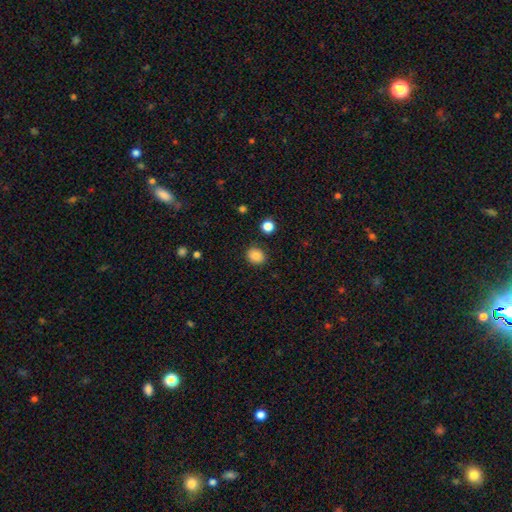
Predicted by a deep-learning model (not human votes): smooth 85%, star or artifact 10%, featured or disk 5%. Down the decision tree: how rounded — round (67%); merging — none (86%).